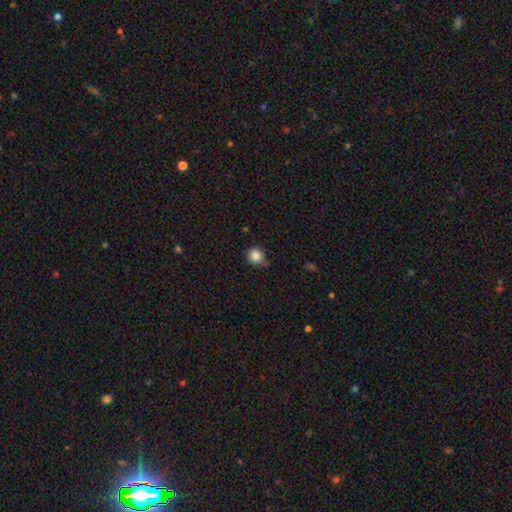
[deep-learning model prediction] A smooth galaxy with no disk features (85%) that is round (92%).

Vote fractions:
- Smooth or featured? smooth: 85% / star or artifact: 11% / featured or disk: 5%
- How rounded? round: 92% / in between: 7% / cigar-shaped: 1%
- Merging? none: 76% / minor disturbance: 16% / merger: 5% / major disturbance: 3%